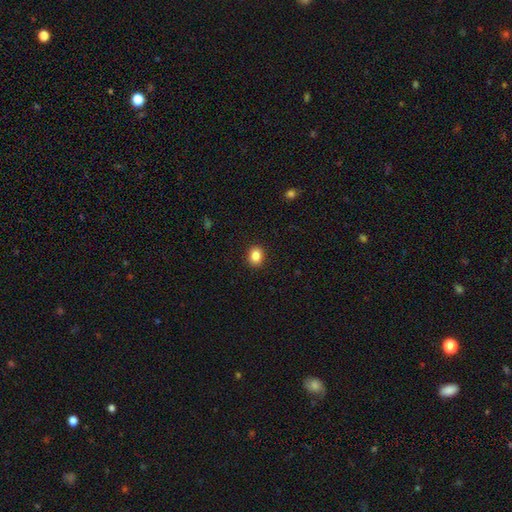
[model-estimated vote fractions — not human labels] This appears to be a smooth galaxy with no disk features (86%) that is round (52%). Merging: none (91%).